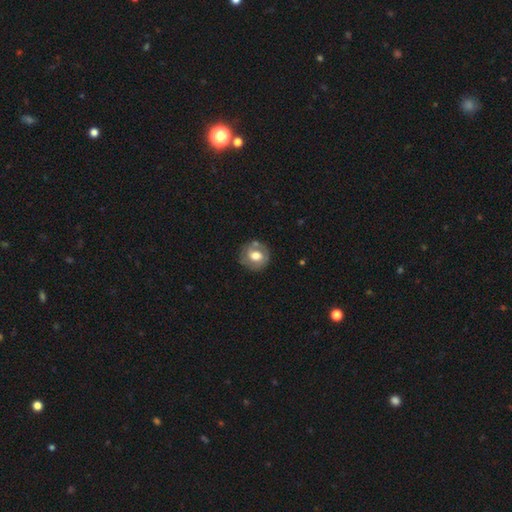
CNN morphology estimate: Smooth or featured?
  - smooth: 56% *
  - featured or disk: 37%
  - star or artifact: 7%
How rounded?
  - round: 83% *
  - in between: 16%
  - cigar-shaped: 1%
Merging?
  - none: 73% *
  - minor disturbance: 17%
  - major disturbance: 5%
  - merger: 4%